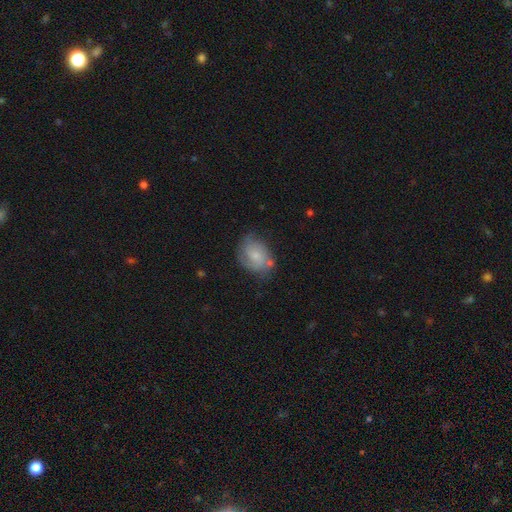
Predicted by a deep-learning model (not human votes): smooth-or-featured: smooth: 46% (tied) | featured or disk: 46% (tied) | star or artifact: 8%
  merging: none: 55% | minor disturbance: 29% | major disturbance: 11% | merger: 6%